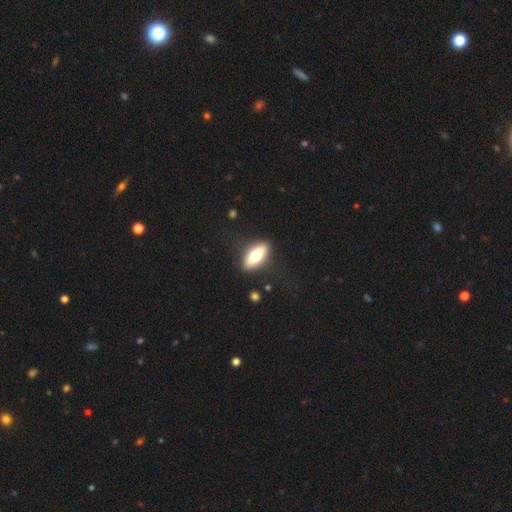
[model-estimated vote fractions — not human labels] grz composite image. It shows a smooth galaxy with no disk features (65%) that is in between round and cigar-shaped (75%). Merging: none (83%).